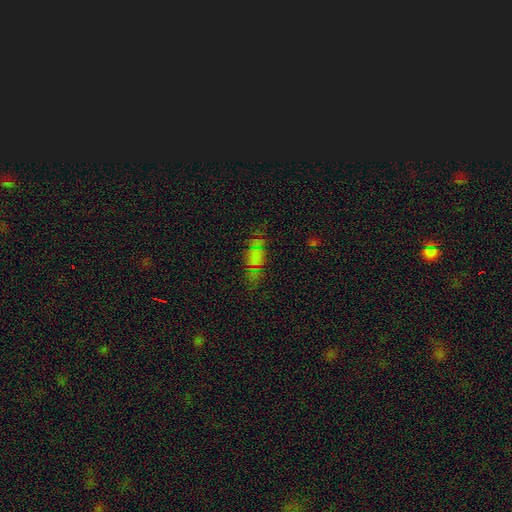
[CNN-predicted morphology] Q: Smooth or featured?
A: smooth (56%); runner-up: star or artifact (34%)
Q: How rounded?
A: in between (82%); runner-up: round (10%)
Q: Merging?
A: none (72%); runner-up: minor disturbance (17%)